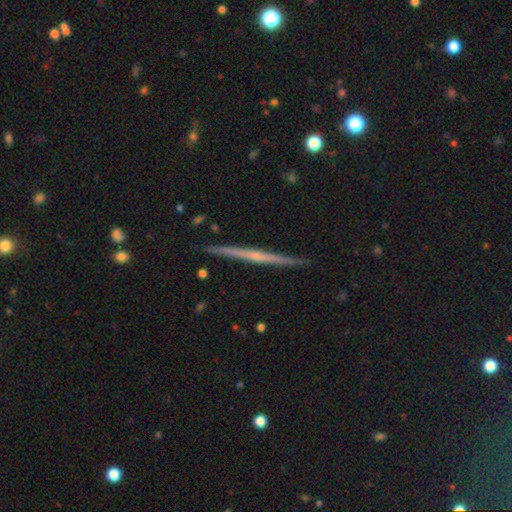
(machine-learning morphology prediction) This is likely a featured or disk galaxy (74%). It is clearly viewed edge-on (98%). Edge-on bulge: possibly none (50%). Merging: clearly none (92%).